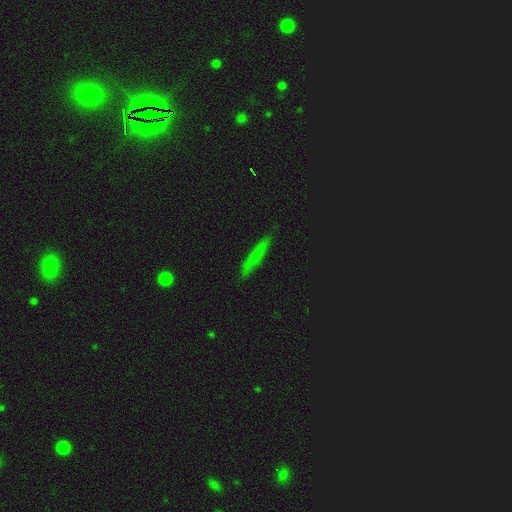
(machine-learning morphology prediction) smooth-or-featured: smooth: 62% | featured or disk: 24% | star or artifact: 13%
  how-rounded: cigar-shaped: 91% | in between: 6% | round: 2%
  merging: none: 85% | minor disturbance: 11% | major disturbance: 2% | merger: 2%